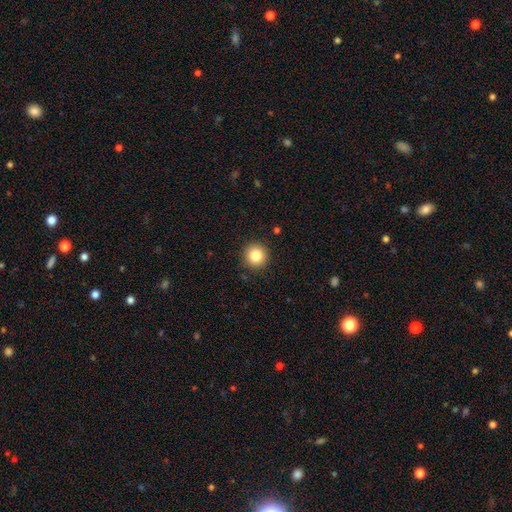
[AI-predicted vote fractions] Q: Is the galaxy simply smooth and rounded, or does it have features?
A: smooth — 83%.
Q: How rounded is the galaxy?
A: round — 95%.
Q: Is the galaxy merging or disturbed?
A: none — 92%.